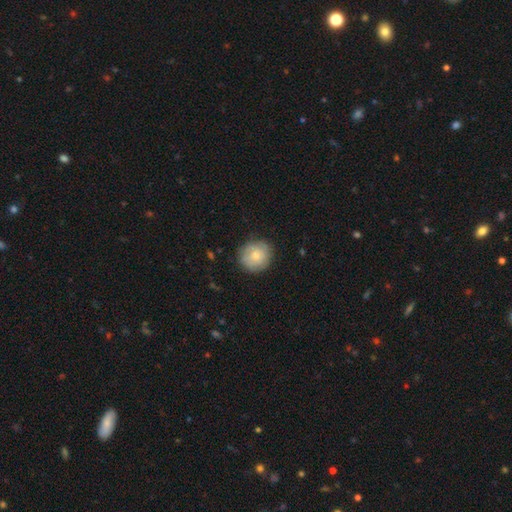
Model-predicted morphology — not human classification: Smooth or featured? Predicted: smooth (p=0.69). How rounded? Predicted: round (p=0.89). Merging? Predicted: none (p=0.82).